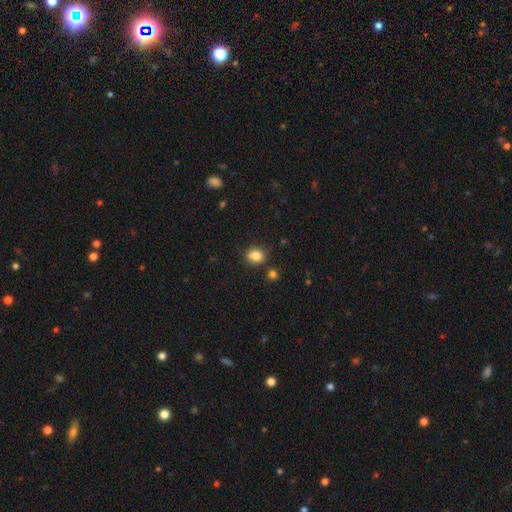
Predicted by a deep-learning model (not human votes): smooth 84%, star or artifact 11%, featured or disk 6%. Down the decision tree: how rounded — round (56%); merging — none (79%).